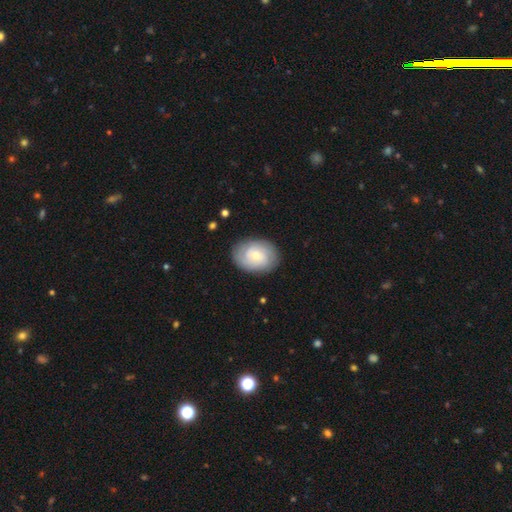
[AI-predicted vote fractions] A featured or disk galaxy (58%) with no bar (70%), spiral arms (83%) and a small central bulge (55%).

Vote fractions:
- Smooth or featured? featured or disk: 58% / smooth: 35% / star or artifact: 7%
- Edge-on disk? no: 96% / yes: 4%
- Bar? no: 70% / weak: 26% / strong: 4%
- Spiral arms? yes: 83% / no: 17%
- Bulge size? small: 55% / moderate: 41% / large: 2% / none: 1% / dominant: 1%
- Merging? none: 83% / minor disturbance: 12% / major disturbance: 3% / merger: 1%